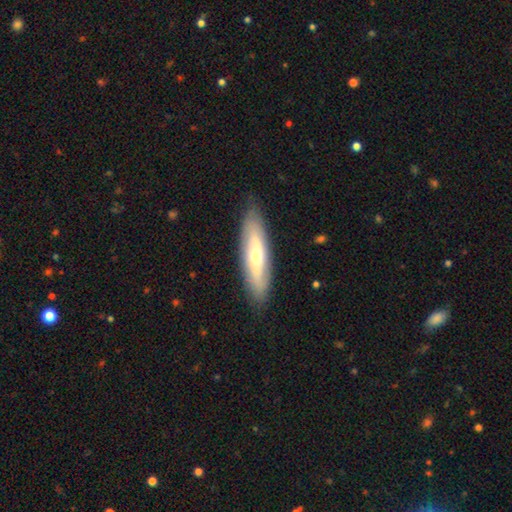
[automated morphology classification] Smooth or featured?
  - featured or disk: 50% *
  - smooth: 43%
  - star or artifact: 7%
Merging?
  - none: 87% *
  - minor disturbance: 10%
  - major disturbance: 2%
  - merger: 1%